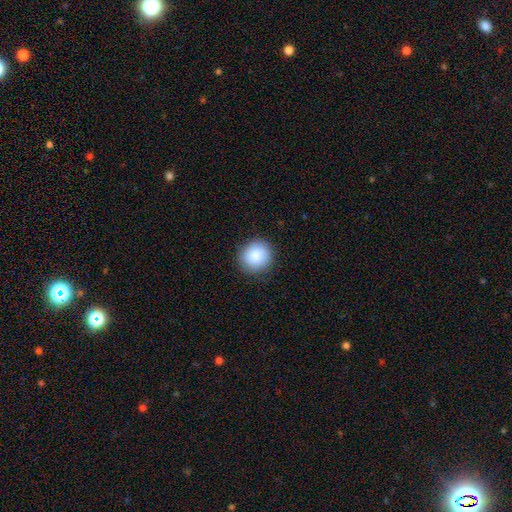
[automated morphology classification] Smooth or featured: smooth — 88% (star or artifact — 7%)
How rounded: round — 90% (in between — 9%)
Merging: none — 88% (minor disturbance — 9%)